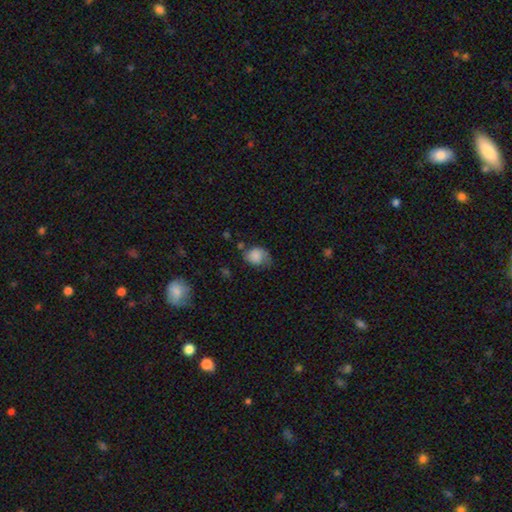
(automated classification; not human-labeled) This is likely a smooth galaxy (71%). How rounded: possibly in between (52%). Merging: marginally none (40%).